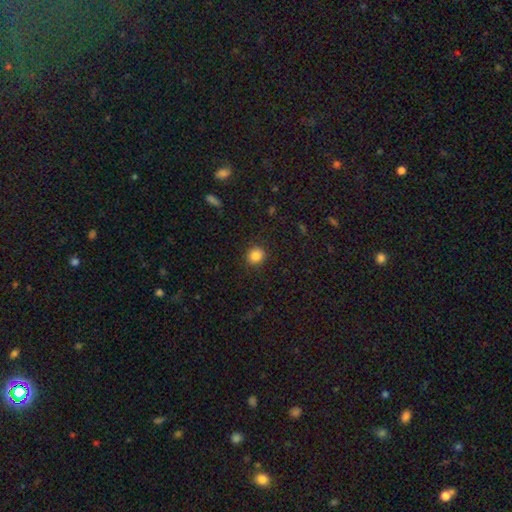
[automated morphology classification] This is clearly a smooth galaxy (85%). How rounded: clearly round (87%). Merging: clearly none (89%).